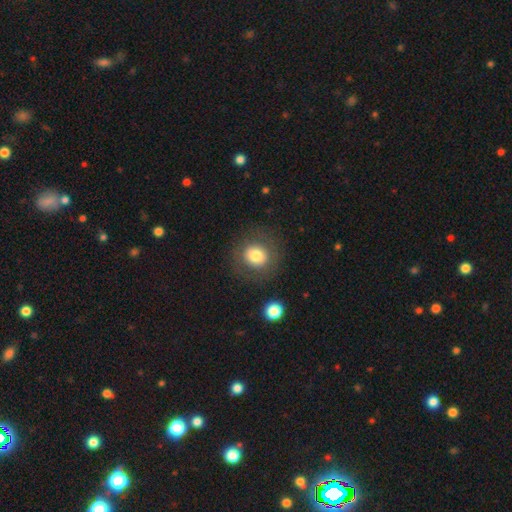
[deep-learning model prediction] A smooth galaxy with no disk features (76%) that is round (86%). Merging: none (83%).